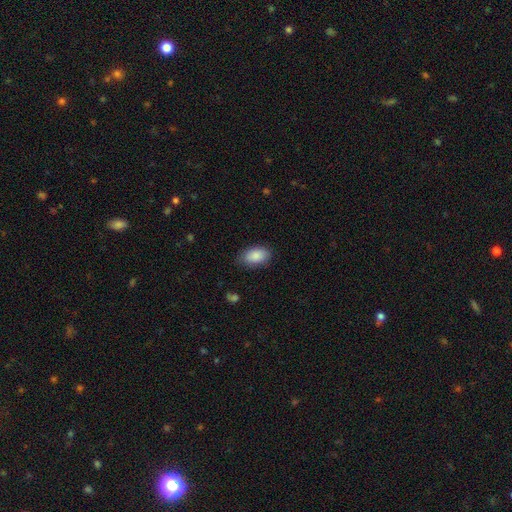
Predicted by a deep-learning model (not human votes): smooth-or-featured: smooth: 88% | star or artifact: 7% | featured or disk: 5%
  how-rounded: in between: 92% | round: 6% | cigar-shaped: 2%
  merging: none: 81% | minor disturbance: 15% | major disturbance: 3% | merger: 1%